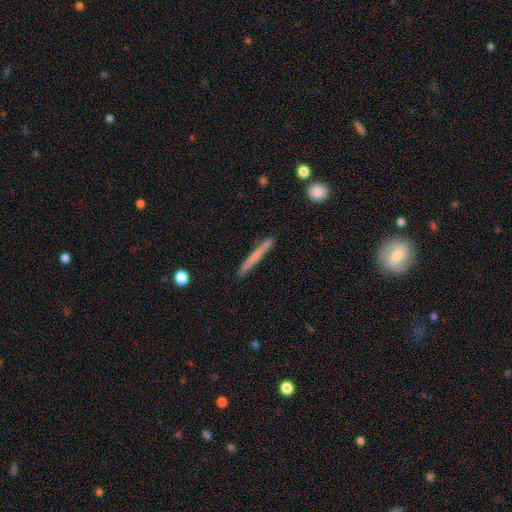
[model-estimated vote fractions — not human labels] Smooth or featured? Predicted: smooth (p=0.63). How rounded? Predicted: cigar-shaped (p=0.97). Merging? Predicted: none (p=0.89).